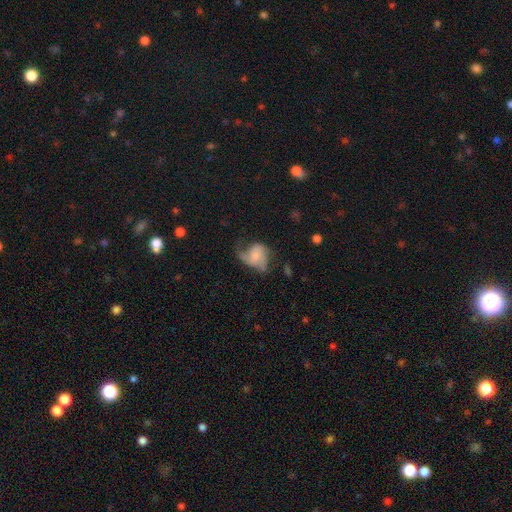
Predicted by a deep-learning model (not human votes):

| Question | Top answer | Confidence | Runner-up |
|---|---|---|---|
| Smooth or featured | featured or disk | 50% | smooth (42%) |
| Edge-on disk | no | 97% | yes (3%) |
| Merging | major disturbance | 41% | none (28%) |